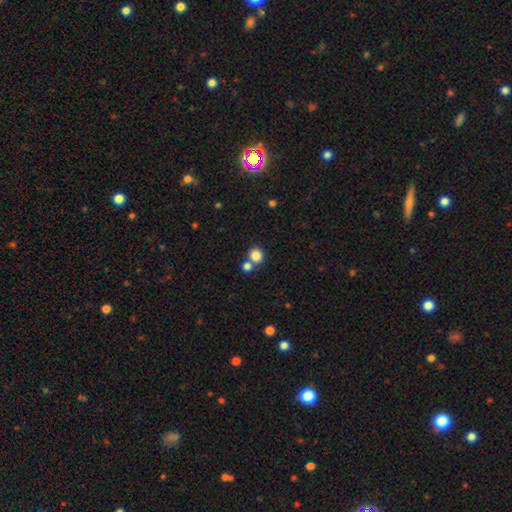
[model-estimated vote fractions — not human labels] This is clearly a smooth galaxy (83%). How rounded: clearly round (85%). Merging: likely none (61%).